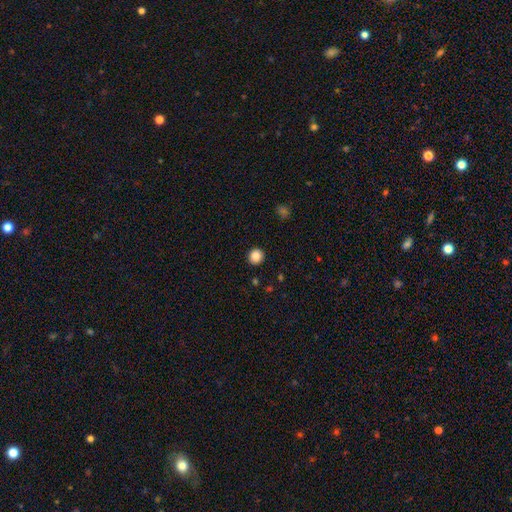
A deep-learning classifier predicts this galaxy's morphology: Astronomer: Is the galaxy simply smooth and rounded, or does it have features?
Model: smooth — 86%.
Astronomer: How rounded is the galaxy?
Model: round — 92%.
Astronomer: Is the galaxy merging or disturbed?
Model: none — 92%.